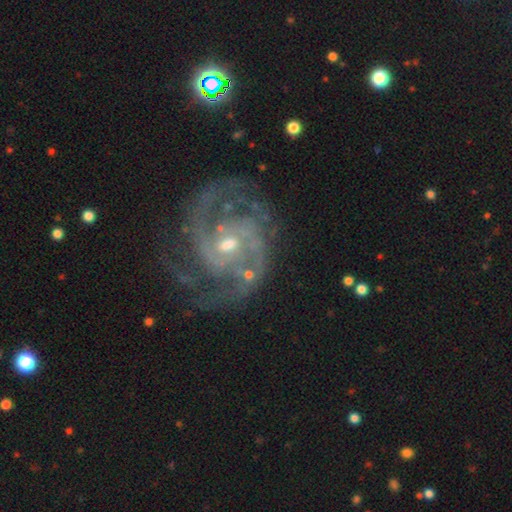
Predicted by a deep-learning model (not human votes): Smooth or featured? Predicted: featured or disk (p=0.92). Edge-on disk? Predicted: no (p=0.98). Bar? Predicted: no (p=0.46). Spiral arms? Predicted: yes (p=0.98). Spiral winding? Predicted: medium (p=0.49). Spiral arm count? Predicted: 2 (p=0.58). Bulge size? Predicted: moderate (p=0.49). Merging? Predicted: none (p=0.72).